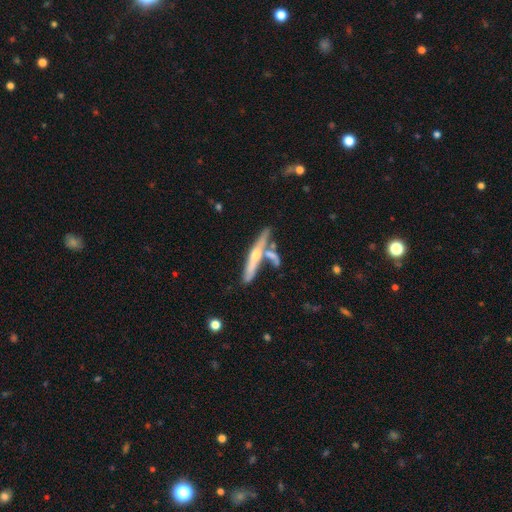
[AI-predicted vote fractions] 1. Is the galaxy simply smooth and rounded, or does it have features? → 63% featured or disk, 30% smooth, 7% star or artifact.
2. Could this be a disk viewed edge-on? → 92% yes, 8% no.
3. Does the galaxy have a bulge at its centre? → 80% rounded, 15% none, 5% boxy.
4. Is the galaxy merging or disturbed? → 54% none, 27% merger, 14% minor disturbance, 5% major disturbance.